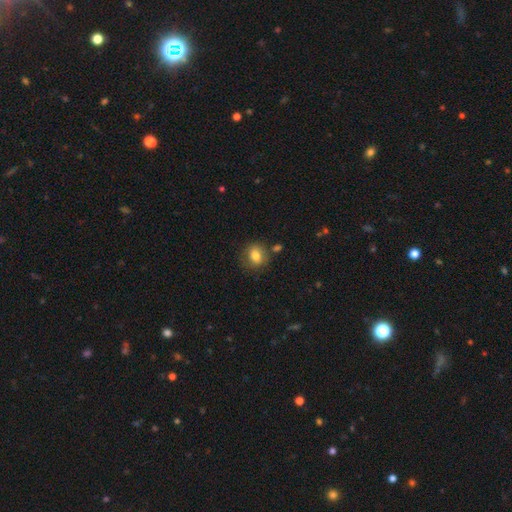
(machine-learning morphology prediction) smooth-or-featured: smooth: 79% | featured or disk: 11% | star or artifact: 10%
  how-rounded: round: 66% | in between: 33% | cigar-shaped: 1%
  merging: none: 77% | minor disturbance: 14% | merger: 5% | major disturbance: 4%